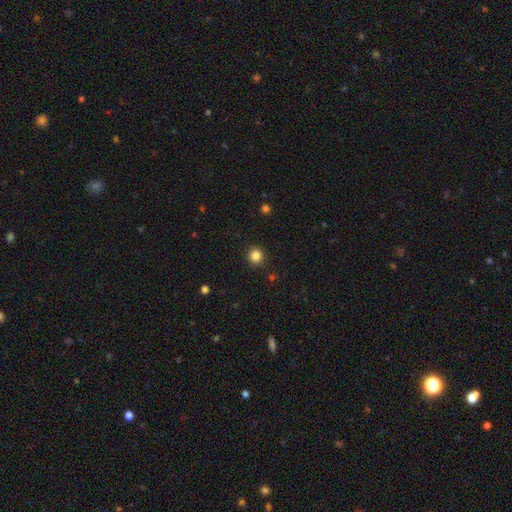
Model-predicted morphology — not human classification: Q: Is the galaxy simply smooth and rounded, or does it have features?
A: smooth — 84%.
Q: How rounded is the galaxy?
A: round — 92%.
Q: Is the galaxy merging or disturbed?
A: none — 92%.